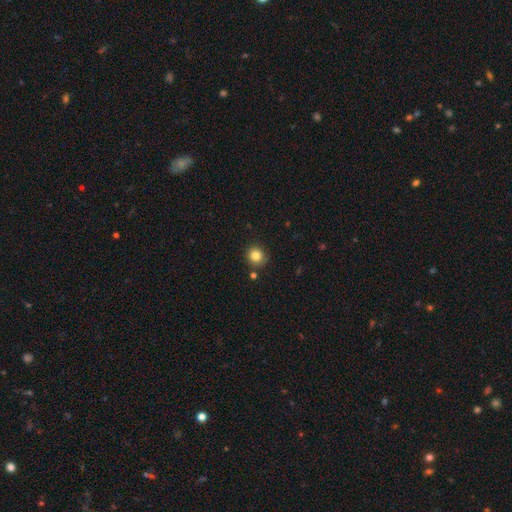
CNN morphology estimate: smooth-or-featured: smooth: 83% | star or artifact: 11% | featured or disk: 6%
  how-rounded: round: 90% | in between: 9% | cigar-shaped: 1%
  merging: none: 85% | minor disturbance: 9% | merger: 4% | major disturbance: 2%